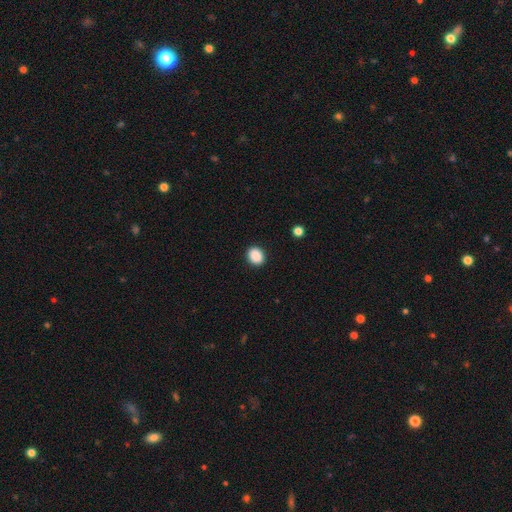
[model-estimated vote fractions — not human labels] smooth-or-featured: smooth: 89% | star or artifact: 8% | featured or disk: 2%
  how-rounded: round: 58% | in between: 41% | cigar-shaped: 1%
  merging: none: 91% | minor disturbance: 6% | major disturbance: 2% | merger: 1%